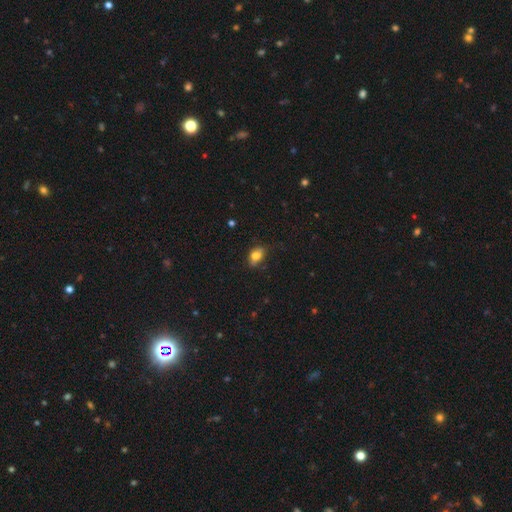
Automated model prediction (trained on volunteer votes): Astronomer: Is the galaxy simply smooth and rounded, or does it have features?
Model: smooth — 77%.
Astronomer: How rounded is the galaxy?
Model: in between — 81%.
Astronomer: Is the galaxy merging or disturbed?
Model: none — 58%.